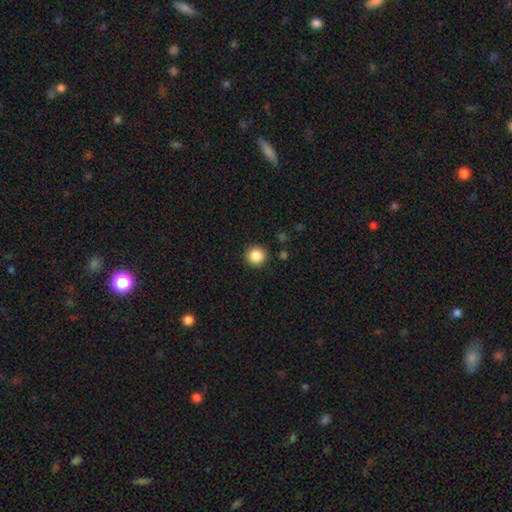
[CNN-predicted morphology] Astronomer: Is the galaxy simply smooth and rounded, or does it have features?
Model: smooth — 87%.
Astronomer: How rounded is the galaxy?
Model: round — 95%.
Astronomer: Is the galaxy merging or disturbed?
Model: none — 91%.